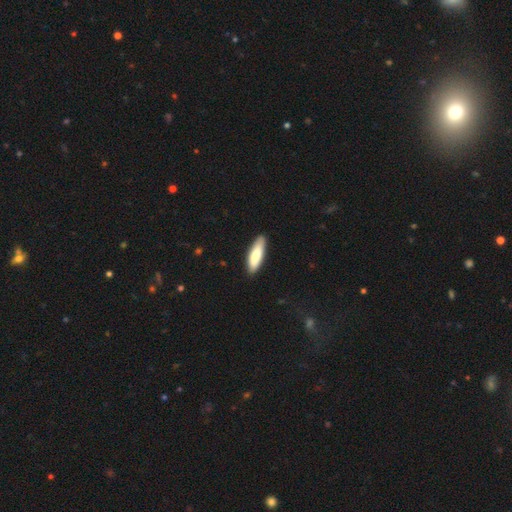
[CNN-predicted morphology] Smooth or featured? smooth (82%)
How rounded? cigar-shaped (54%)
Merging? none (87%)